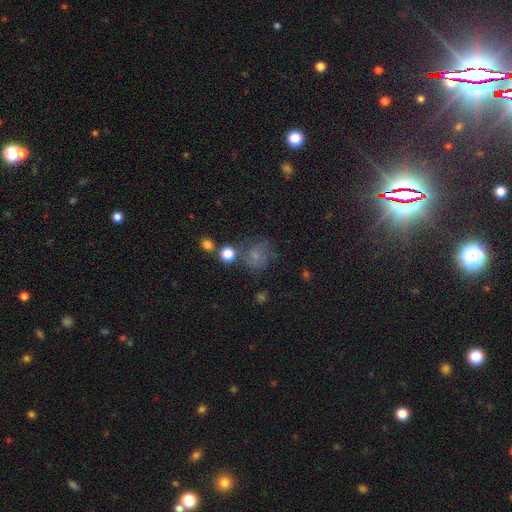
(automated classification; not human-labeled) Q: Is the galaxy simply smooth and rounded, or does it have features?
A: smooth — 50%.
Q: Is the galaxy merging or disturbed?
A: none — 52%.